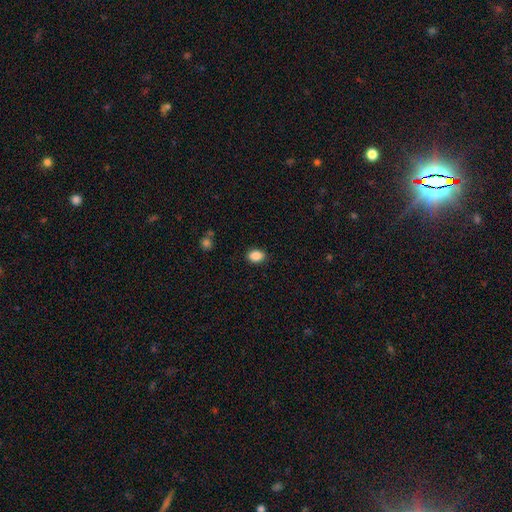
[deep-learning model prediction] This appears to be a smooth galaxy with no disk features (88%) that is in between round and cigar-shaped (69%). Merging: none (88%).